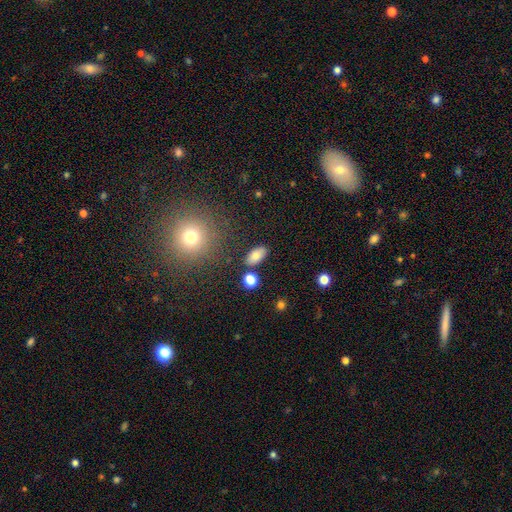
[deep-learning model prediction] Smooth or featured? smooth (81%)
How rounded? in between (91%)
Merging? none (82%)